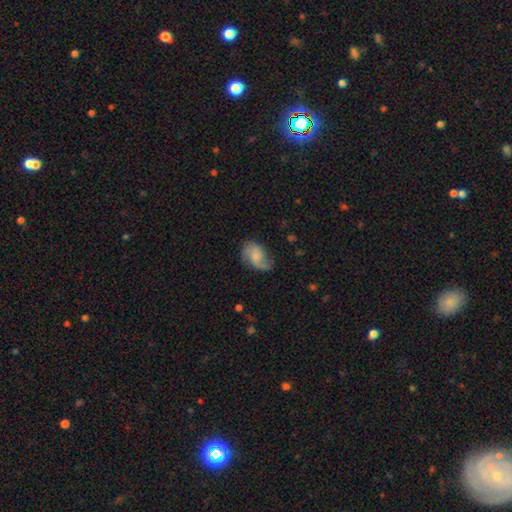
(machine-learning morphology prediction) The model was most divided on "bulge size": small: 34%, none: 30%, moderate: 26%, large: 8%, dominant: 2%. More confident: edge-on disk — no (97%); spiral arms — yes (89%); bar — no (63%); merging — none (57%); smooth or featured — featured or disk (53%).